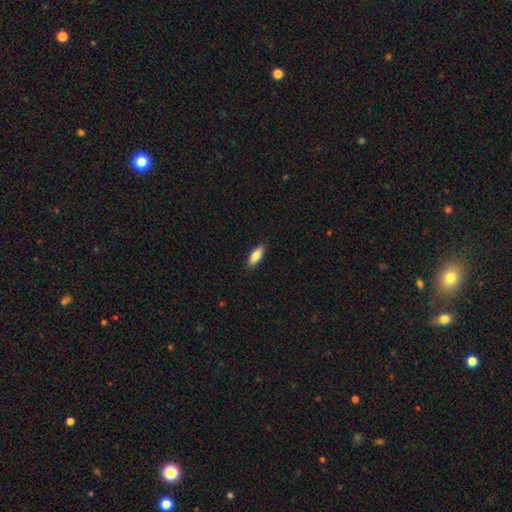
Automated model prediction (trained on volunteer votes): A smooth galaxy with no disk features (84%) that is in between round and cigar-shaped (76%).

Vote fractions:
- Smooth or featured? smooth: 84% / featured or disk: 10% / star or artifact: 6%
- How rounded? in between: 76% / cigar-shaped: 22% / round: 2%
- Merging? none: 88% / minor disturbance: 9% / major disturbance: 2% / merger: 1%